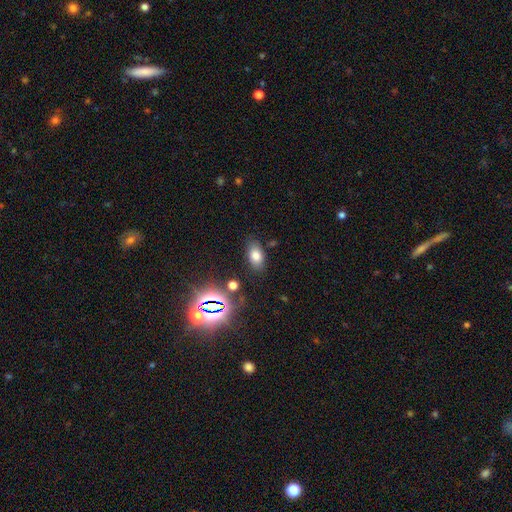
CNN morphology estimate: This appears to be a smooth galaxy with no disk features (75%) that is in between round and cigar-shaped (88%). Merging: none (81%).